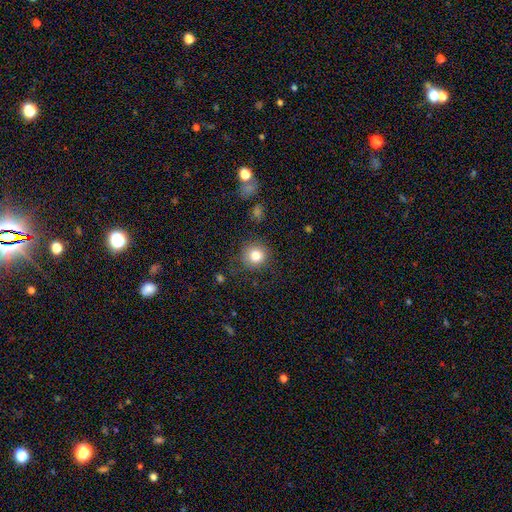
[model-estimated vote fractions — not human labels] A smooth galaxy with no disk features (83%) that is round (91%).

Vote fractions:
- Smooth or featured? smooth: 83% / star or artifact: 10% / featured or disk: 7%
- How rounded? round: 91% / in between: 8% / cigar-shaped: 1%
- Merging? none: 82% / minor disturbance: 12% / major disturbance: 4% / merger: 2%